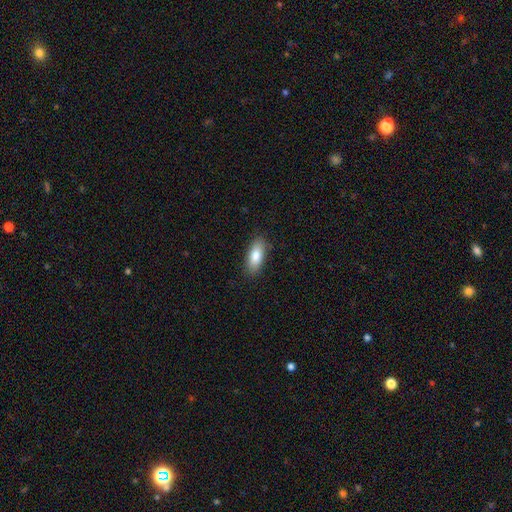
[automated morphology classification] smooth 83%, featured or disk 11%, star or artifact 7%. Down the decision tree: how rounded — in between (82%); merging — none (86%).